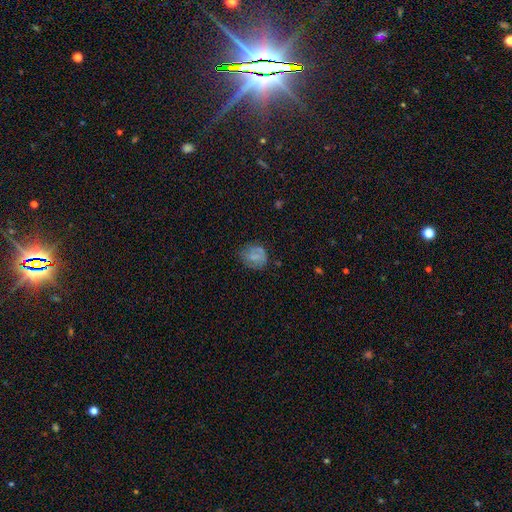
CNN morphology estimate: smooth 64%, featured or disk 24%, star or artifact 12%. Down the decision tree: how rounded — round (70%); merging — none (66%).